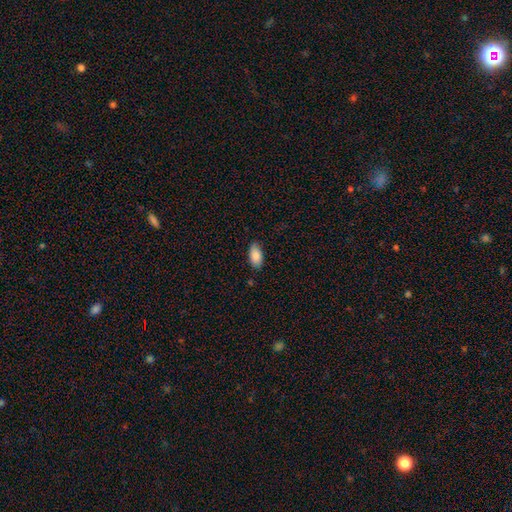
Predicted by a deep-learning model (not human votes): smooth_or_featured: smooth (p=0.86) [alt: featured or disk p=0.07]
how_rounded: in between (p=0.93) [alt: cigar-shaped p=0.05]
merging: none (p=0.84) [alt: minor disturbance p=0.12]